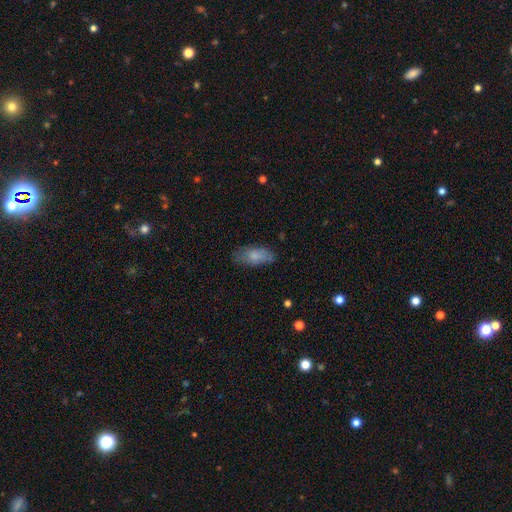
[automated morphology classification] A smooth galaxy with no disk features (77%) that is in between round and cigar-shaped (86%). Merging: none (70%).